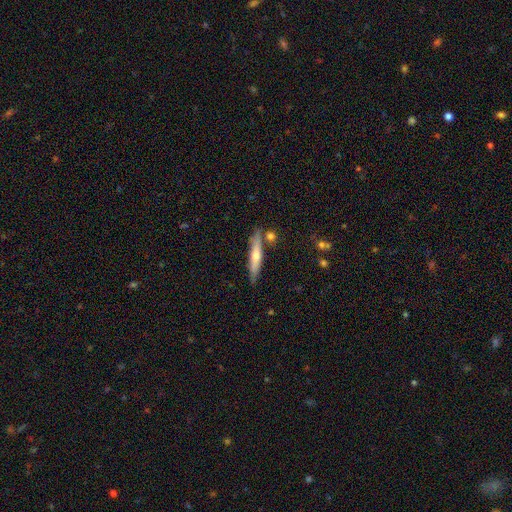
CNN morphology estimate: A featured or disk galaxy (51%) viewed edge-on (92%). Merging: none (82%).